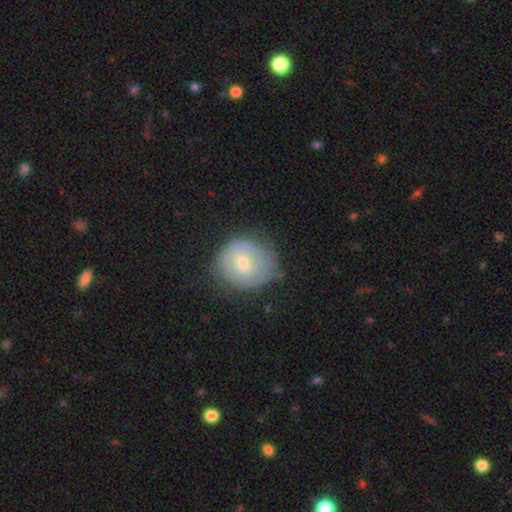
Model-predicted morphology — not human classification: Smooth or featured?
  - smooth: 48% *
  - featured or disk: 39%
  - star or artifact: 13%
Merging?
  - none: 79% *
  - minor disturbance: 15%
  - major disturbance: 4%
  - merger: 1%